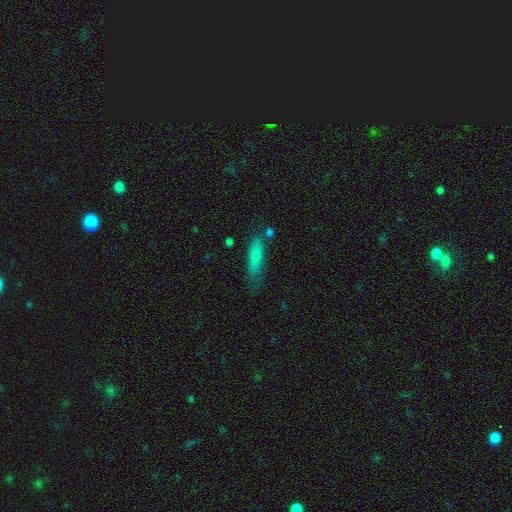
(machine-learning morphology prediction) Smooth or featured?
  - smooth: 78% *
  - featured or disk: 14%
  - star or artifact: 9%
How rounded?
  - cigar-shaped: 70% *
  - in between: 28%
  - round: 2%
Merging?
  - none: 61% *
  - minor disturbance: 25%
  - major disturbance: 8%
  - merger: 6%